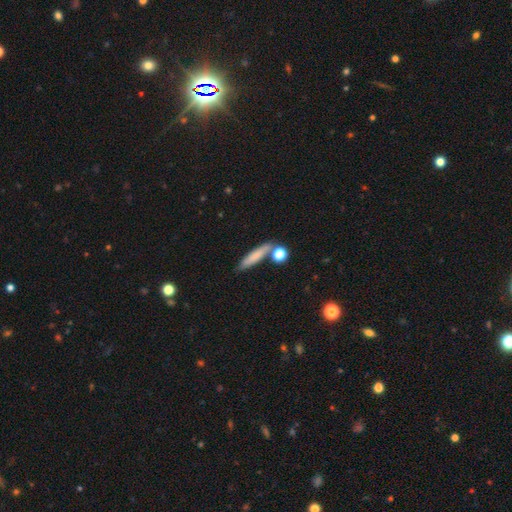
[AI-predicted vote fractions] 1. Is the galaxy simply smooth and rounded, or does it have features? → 73% smooth, 19% featured or disk, 8% star or artifact.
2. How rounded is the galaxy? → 79% cigar-shaped, 15% in between, 6% round.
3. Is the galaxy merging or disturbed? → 70% none, 13% minor disturbance, 12% merger, 4% major disturbance.